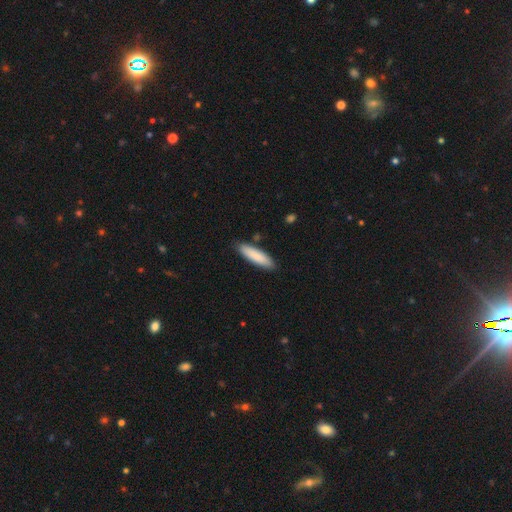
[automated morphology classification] This appears to be a smooth galaxy with no disk features (86%) that is cigar-shaped (71%). Merging: none (86%).